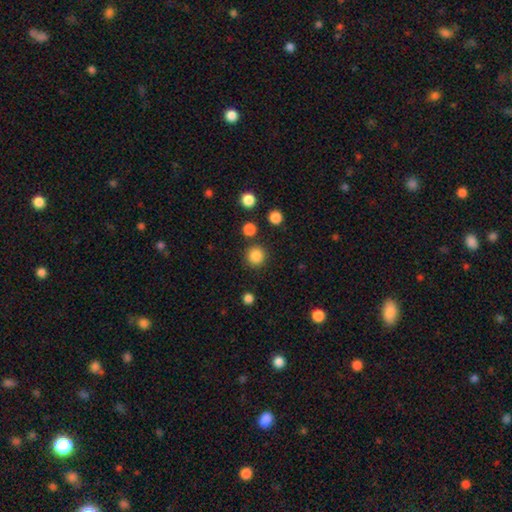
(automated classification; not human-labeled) Overall: smooth (85%). How rounded: round (94%). Merging: none (88%).